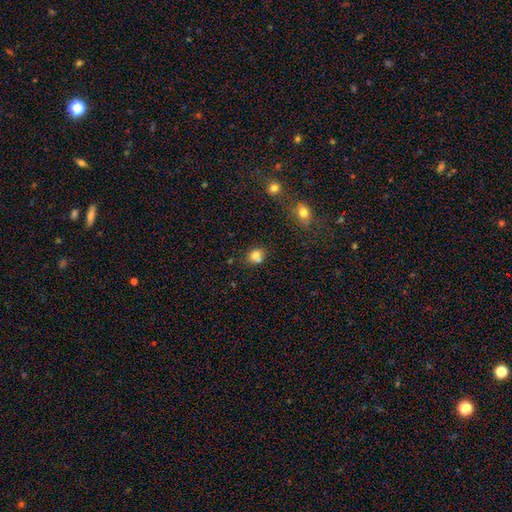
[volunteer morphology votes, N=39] smooth 77%, featured or disk 15%, star or artifact 8%. Down the decision tree: how rounded — round (63%); merging — none (72%).